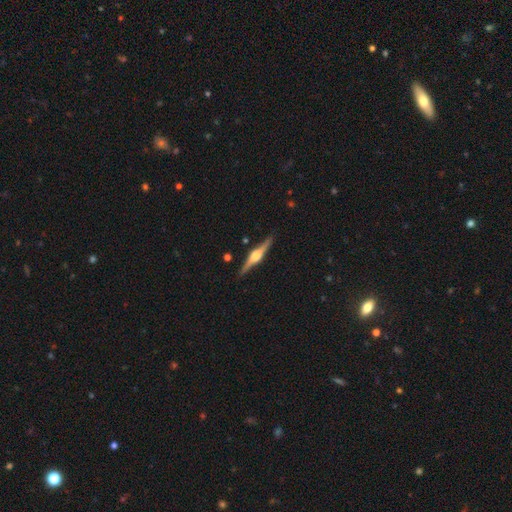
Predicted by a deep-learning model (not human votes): Q: Smooth or featured?
A: featured or disk (84%); runner-up: smooth (12%)
Q: Edge-on disk?
A: yes (98%); runner-up: no (2%)
Q: Edge-on bulge?
A: rounded (94%); runner-up: boxy (5%)
Q: Merging?
A: none (90%); runner-up: minor disturbance (7%)